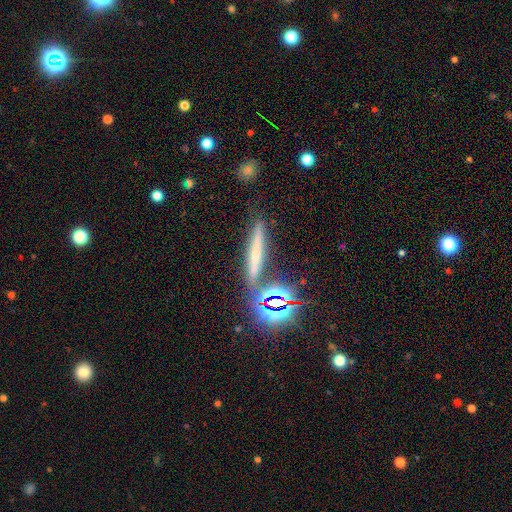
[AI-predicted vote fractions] Smooth or featured?
  - featured or disk: 38% *
  - star or artifact: 33%
  - smooth: 29%
Merging?
  - none: 80% *
  - minor disturbance: 10%
  - merger: 7%
  - major disturbance: 4%